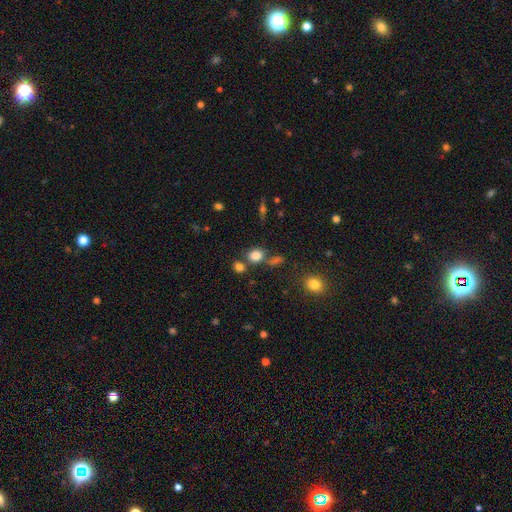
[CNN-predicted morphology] Smooth or featured? smooth (80%)
How rounded? round (67%)
Merging? none (63%)